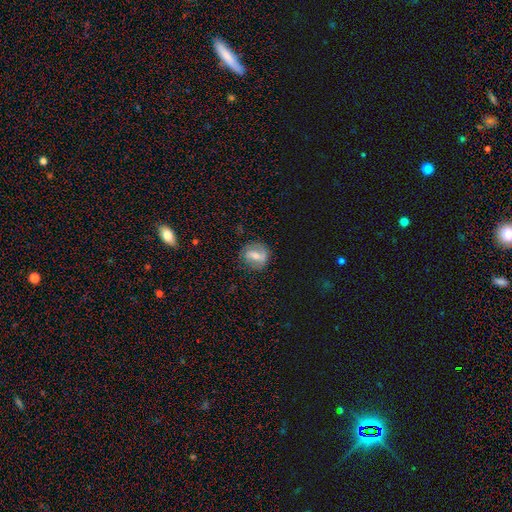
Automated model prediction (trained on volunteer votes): smooth-or-featured: featured or disk: 52% | smooth: 39% | star or artifact: 9%
  disk-edge-on: no: 94% | yes: 6%
  merging: none: 74% | minor disturbance: 17% | major disturbance: 7% | merger: 2%